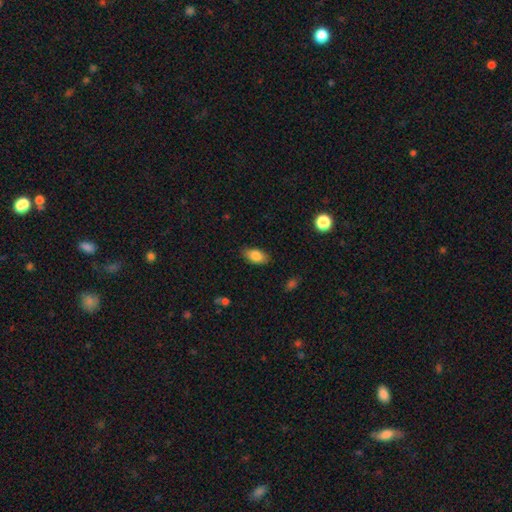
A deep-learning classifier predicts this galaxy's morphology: Q: Smooth or featured?
A: smooth (84%); runner-up: featured or disk (8%)
Q: How rounded?
A: in between (91%); runner-up: round (6%)
Q: Merging?
A: none (84%); runner-up: minor disturbance (12%)